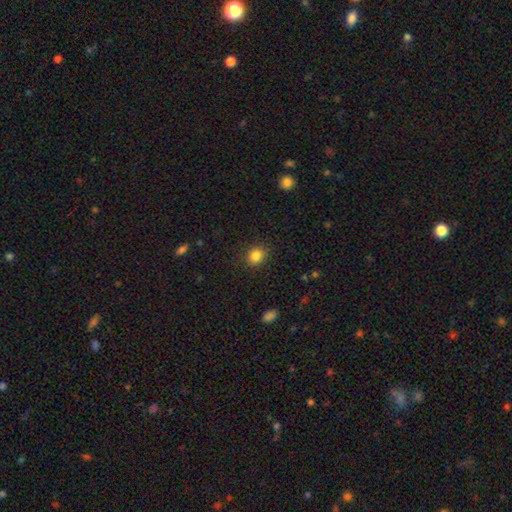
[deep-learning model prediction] smooth-or-featured: smooth: 85% | star or artifact: 10% | featured or disk: 5%
  how-rounded: round: 61% | in between: 39% | cigar-shaped: 1%
  merging: none: 87% | minor disturbance: 9% | major disturbance: 3% | merger: 1%